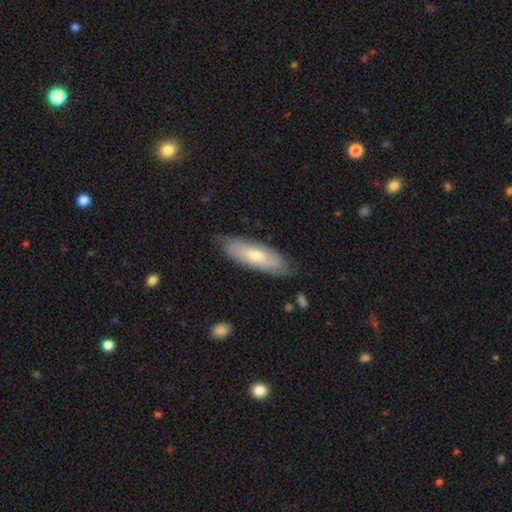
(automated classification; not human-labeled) Smooth or featured? smooth (57%)
How rounded? in between (52%)
Merging? none (80%)